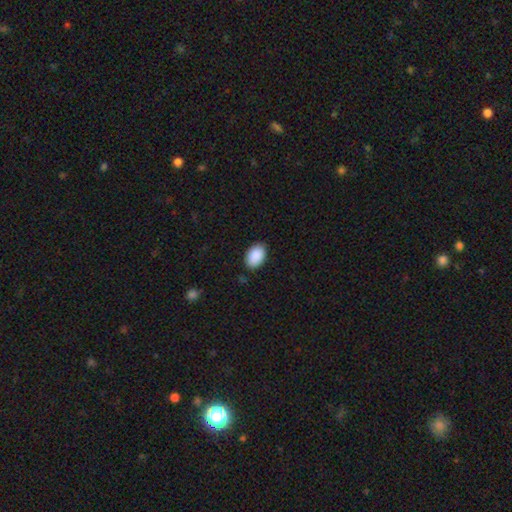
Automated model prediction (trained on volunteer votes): Smooth or featured? smooth (91%)
How rounded? in between (92%)
Merging? none (85%)